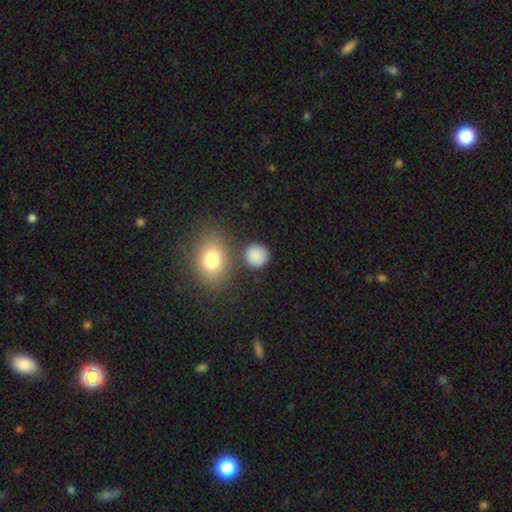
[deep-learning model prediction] Smooth or featured? Predicted: smooth (p=0.87). How rounded? Predicted: round (p=0.88). Merging? Predicted: none (p=0.81).